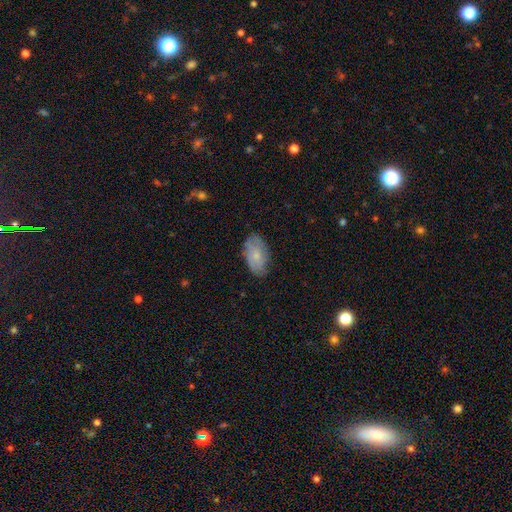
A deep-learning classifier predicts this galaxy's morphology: Smooth or featured? Predicted: smooth (p=0.58). How rounded? Predicted: in between (p=0.93). Merging? Predicted: none (p=0.76).